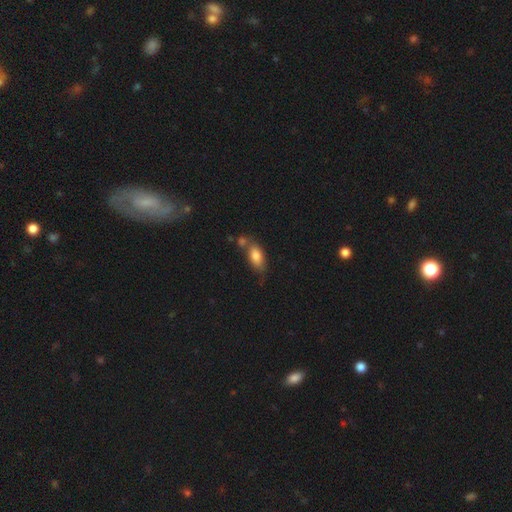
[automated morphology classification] Smooth or featured? smooth (80%)
How rounded? in between (86%)
Merging? none (48%)